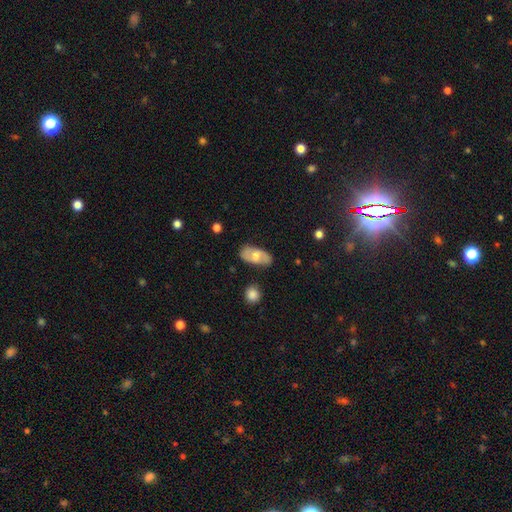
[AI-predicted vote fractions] A smooth galaxy with no disk features (54%) that is in between round and cigar-shaped (90%).

Vote fractions:
- Smooth or featured? smooth: 54% / featured or disk: 40% / star or artifact: 6%
- How rounded? in between: 90% / cigar-shaped: 6% / round: 4%
- Merging? none: 79% / minor disturbance: 15% / major disturbance: 3% / merger: 3%